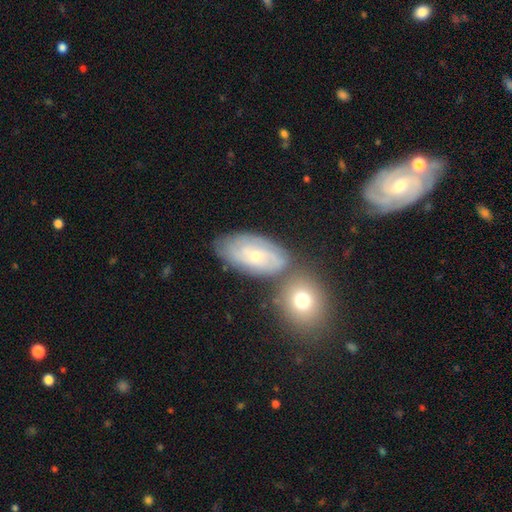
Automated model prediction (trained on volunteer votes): This is likely a featured or disk galaxy (65%). It is clearly not viewed edge-on (93%). Bar: likely no (70%). Spiral arm pattern: clearly yes (85%). Spiral arm count: possibly can't tell (52%). Spiral winding: likely tight (66%). Central bulge: likely small (68%). Merging: likely none (62%).